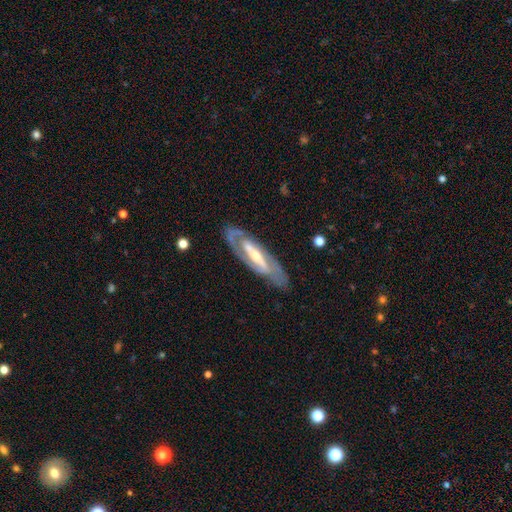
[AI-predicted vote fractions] A featured or disk galaxy (84%) with a strong bar (57%), 2 (80%) tight (46%) spiral arms (84%) and a small central bulge (48%).

Vote fractions:
- Smooth or featured? featured or disk: 84% / smooth: 11% / star or artifact: 5%
- Edge-on disk? no: 83% / yes: 17%
- Bar? strong: 57% / weak: 26% / no: 16%
- Spiral arms? yes: 84% / no: 16%
- Spiral winding? tight: 46% / medium: 41% / loose: 13%
- Spiral arm count? 2: 80% / can't tell: 12% / 1: 4% / 3: 2% / 4: 1% / more than 4: 1%
- Bulge size? small: 48% / moderate: 45% / large: 4% / none: 2% / dominant: 1%
- Merging? none: 80% / minor disturbance: 13% / major disturbance: 5% / merger: 1%